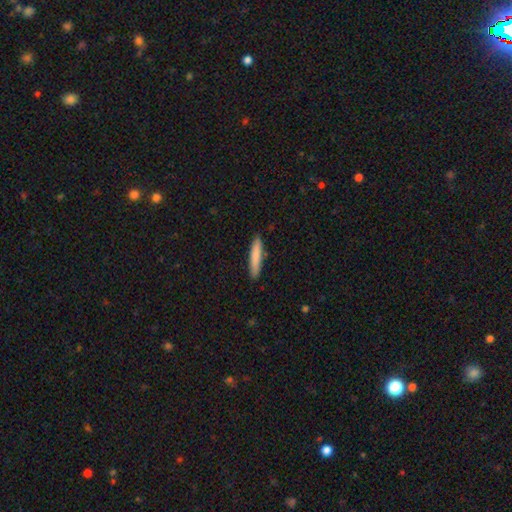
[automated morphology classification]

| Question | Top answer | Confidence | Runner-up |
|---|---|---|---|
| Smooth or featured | smooth | 81% | featured or disk (14%) |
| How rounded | cigar-shaped | 91% | in between (8%) |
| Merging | none | 88% | minor disturbance (9%) |